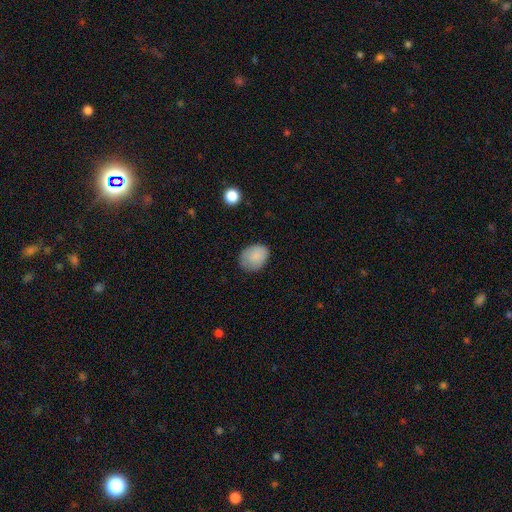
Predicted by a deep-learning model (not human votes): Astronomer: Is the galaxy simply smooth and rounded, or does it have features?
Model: smooth — 86%.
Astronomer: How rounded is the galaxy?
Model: in between — 62% (runner-up: round, 37%).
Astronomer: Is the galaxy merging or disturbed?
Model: none — 74%.